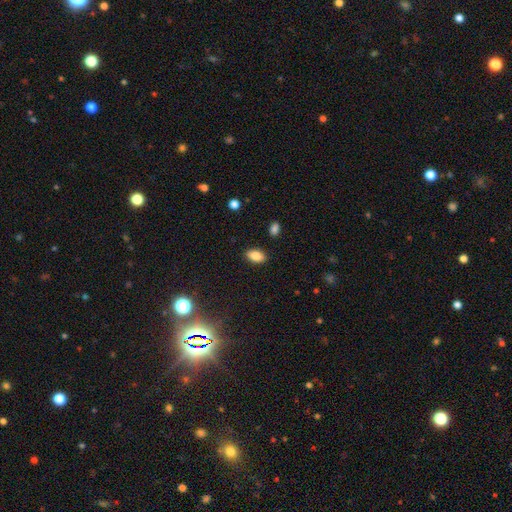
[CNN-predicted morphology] A smooth galaxy with no disk features (83%) that is in between round and cigar-shaped (91%).

Vote fractions:
- Smooth or featured? smooth: 83% / star or artifact: 9% / featured or disk: 8%
- How rounded? in between: 91% / round: 6% / cigar-shaped: 3%
- Merging? none: 87% / minor disturbance: 9% / major disturbance: 2% / merger: 1%